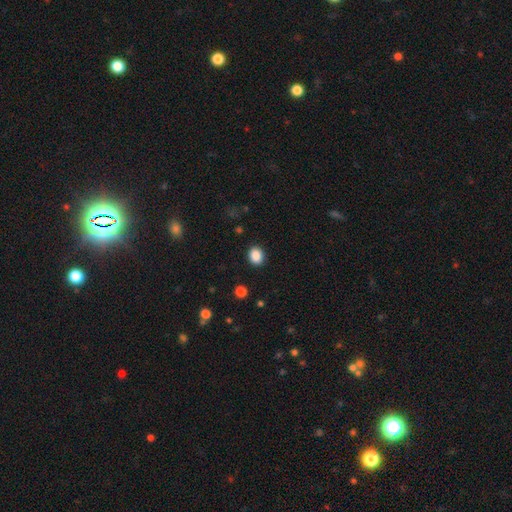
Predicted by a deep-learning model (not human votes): smooth-or-featured: smooth: 88% | star or artifact: 9% | featured or disk: 3%
  how-rounded: round: 52% | in between: 48% | cigar-shaped: 1%
  merging: none: 89% | minor disturbance: 7% | major disturbance: 2% | merger: 1%